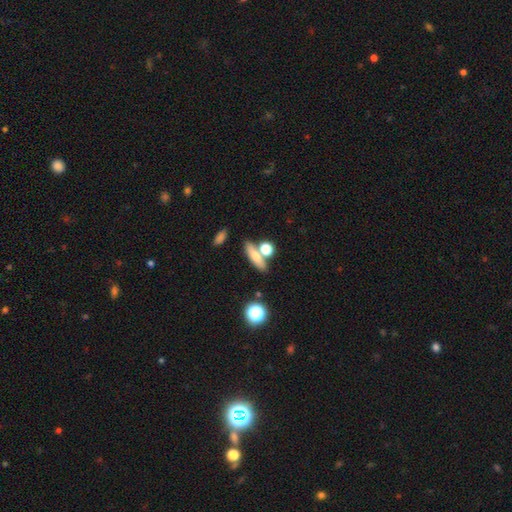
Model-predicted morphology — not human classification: smooth-or-featured: smooth: 65% | featured or disk: 25% | star or artifact: 10%
  how-rounded: cigar-shaped: 46% | in between: 40% | round: 14%
  merging: none: 65% | merger: 21% | minor disturbance: 10% | major disturbance: 4%